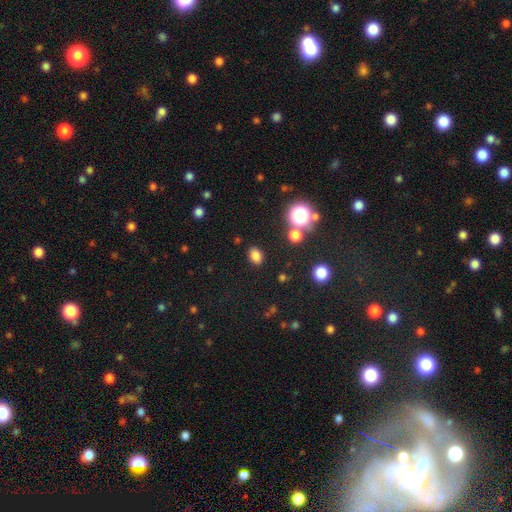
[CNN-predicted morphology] A smooth galaxy with no disk features (80%) that is in between round and cigar-shaped (72%).

Vote fractions:
- Smooth or featured? smooth: 80% / star or artifact: 15% / featured or disk: 5%
- How rounded? in between: 72% / round: 26% / cigar-shaped: 1%
- Merging? none: 86% / minor disturbance: 8% / major disturbance: 3% / merger: 3%